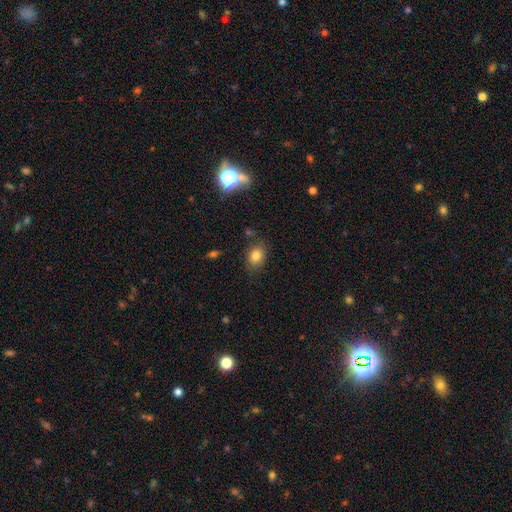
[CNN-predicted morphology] smooth_or_featured: smooth (p=0.81) [alt: star or artifact p=0.11]
how_rounded: in between (p=0.66) [alt: round p=0.33]
merging: none (p=0.78) [alt: minor disturbance p=0.15]